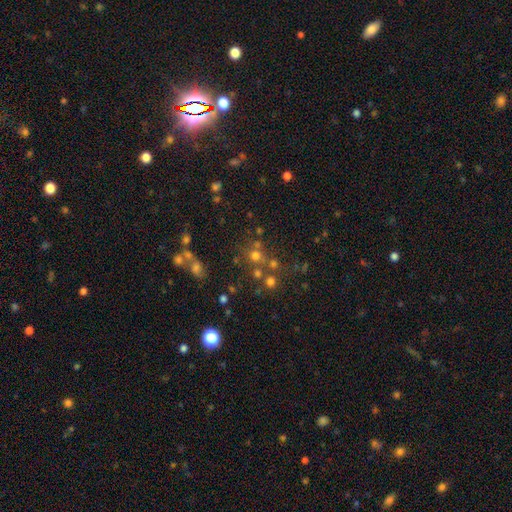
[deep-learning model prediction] smooth_or_featured: smooth (p=0.54) [alt: star or artifact p=0.32]
how_rounded: round (p=0.88) [alt: in between p=0.11]
merging: none (p=0.63) [alt: merger p=0.22]